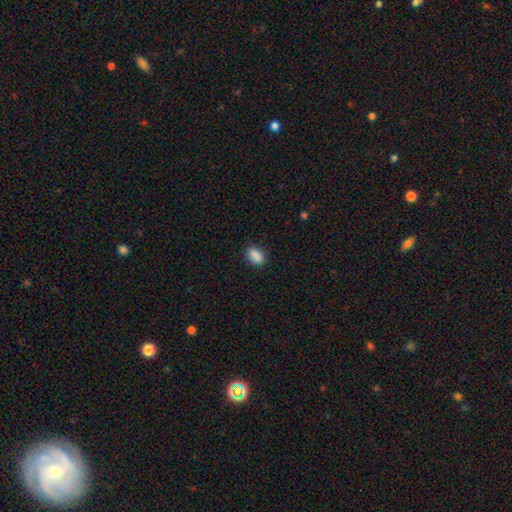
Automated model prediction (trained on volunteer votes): This is clearly a smooth galaxy (89%). How rounded: clearly in between (83%). Merging: clearly none (84%).